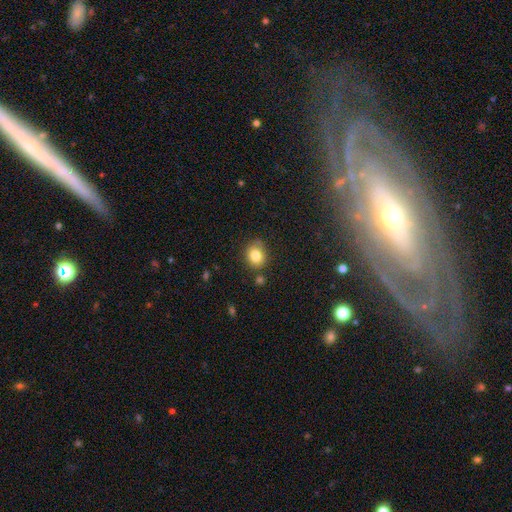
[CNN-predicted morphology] The model was most divided on "how rounded": round: 66%, in between: 33%, cigar-shaped: 1%. More confident: smooth or featured — smooth (81%); merging — none (76%).